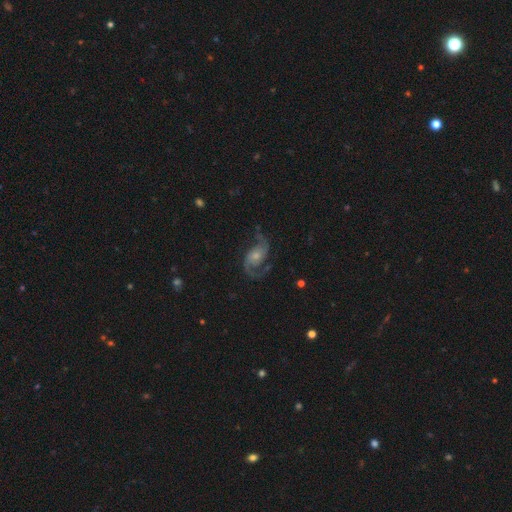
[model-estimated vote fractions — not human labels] The model was most divided on "spiral winding": medium: 45%, loose: 44%, tight: 11%. Remaining: edge-on disk — no (98%); spiral arms — yes (97%); spiral arm count — 2 (92%); smooth or featured — featured or disk (88%); merging — none (69%); bar — no (62%); bulge size — moderate (47%).